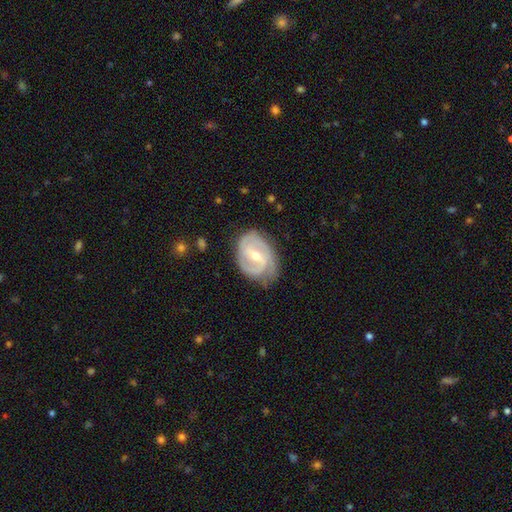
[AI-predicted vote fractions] This is clearly a featured or disk galaxy (86%). It is clearly not viewed edge-on (97%). Bar: possibly weak (50%). Spiral arm pattern: clearly yes (94%). Spiral arm count: likely 2 (62%). Spiral winding: possibly tight (50%). Central bulge: possibly moderate (58%). Merging: likely none (69%).